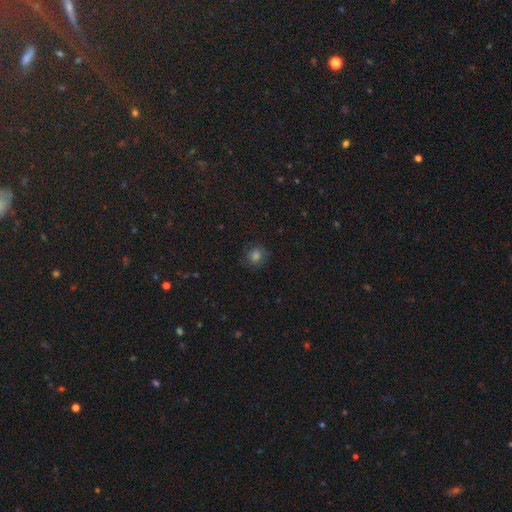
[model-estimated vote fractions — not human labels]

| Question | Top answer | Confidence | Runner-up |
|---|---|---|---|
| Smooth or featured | smooth | 74% | star or artifact (19%) |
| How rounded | round | 85% | in between (14%) |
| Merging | none | 85% | minor disturbance (11%) |